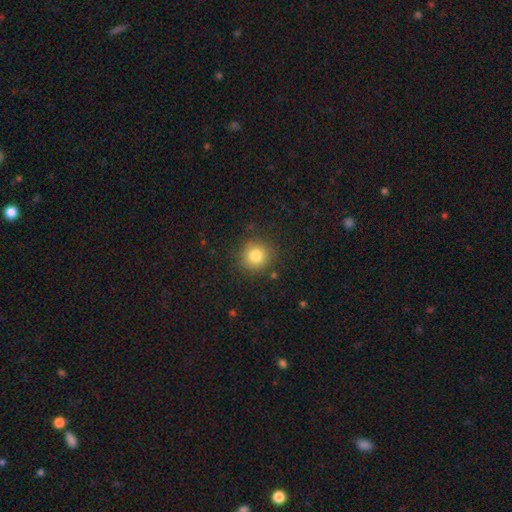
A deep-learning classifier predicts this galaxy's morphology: smooth_or_featured: smooth (p=0.81) [alt: star or artifact p=0.12]
how_rounded: round (p=0.91) [alt: in between p=0.08]
merging: none (p=0.87) [alt: minor disturbance p=0.09]